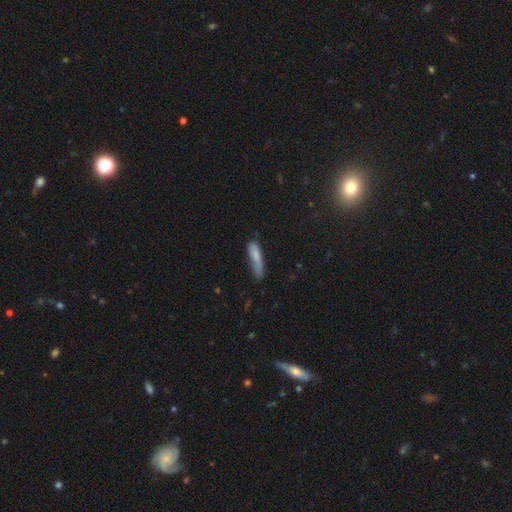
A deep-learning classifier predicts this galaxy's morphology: smooth-or-featured: smooth: 78% | featured or disk: 15% | star or artifact: 8%
  how-rounded: cigar-shaped: 79% | in between: 19% | round: 2%
  merging: none: 48% | minor disturbance: 34% | major disturbance: 13% | merger: 5%